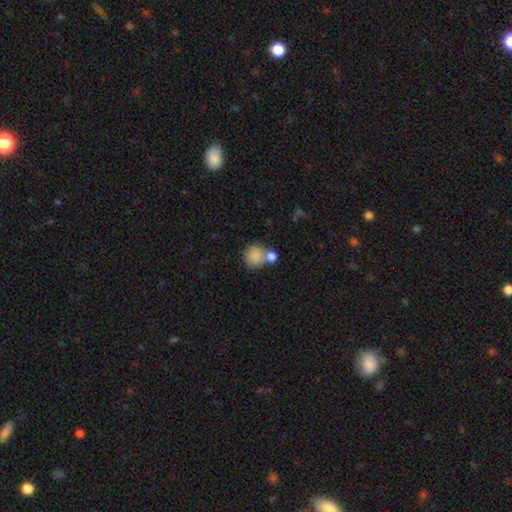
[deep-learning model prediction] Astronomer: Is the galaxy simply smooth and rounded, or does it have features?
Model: smooth — 81%.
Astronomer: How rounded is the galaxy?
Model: round — 85%.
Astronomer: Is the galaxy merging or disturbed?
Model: none — 43% (runner-up: merger, 39%).